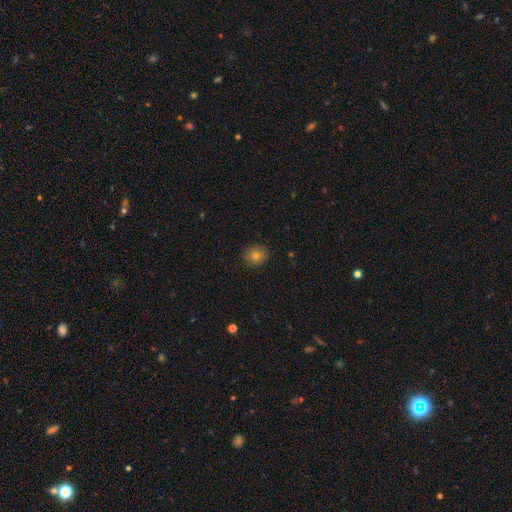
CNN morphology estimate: Smooth or featured?
  - smooth: 78% *
  - star or artifact: 12%
  - featured or disk: 10%
How rounded?
  - round: 81% *
  - in between: 18%
  - cigar-shaped: 1%
Merging?
  - none: 89% *
  - minor disturbance: 8%
  - major disturbance: 2%
  - merger: 1%